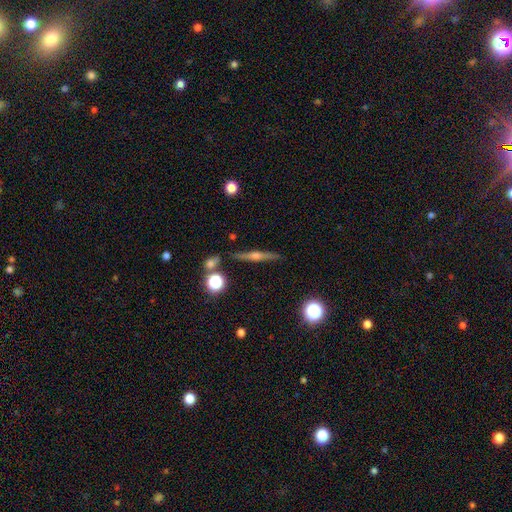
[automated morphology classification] type=featured or disk (72%); edge-on=yes (97%); edge-on bulge=rounded (89%); merging=none (88%).